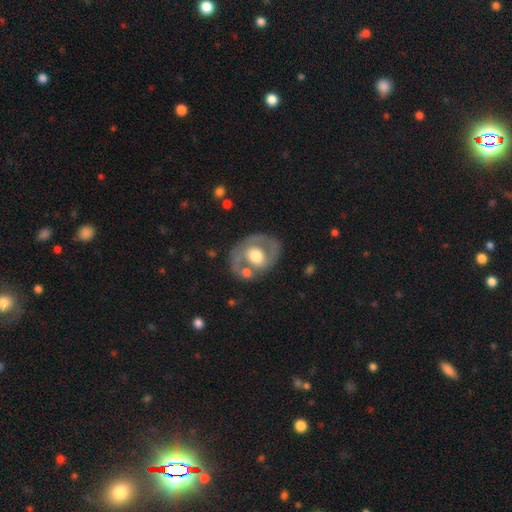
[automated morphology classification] type=featured or disk (63%); edge-on=no (96%); bar=no (68%); spiral arms=no (56%); bulge=moderate (52%); merging=none (62%).